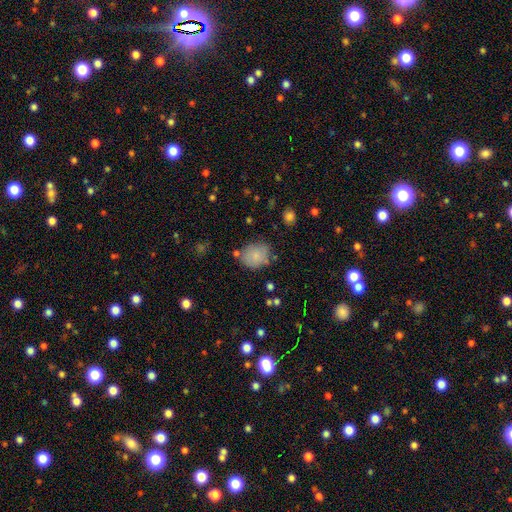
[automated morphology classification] Smooth or featured? Predicted: smooth (p=0.81). How rounded? Predicted: round (p=0.54). Merging? Predicted: none (p=0.72).